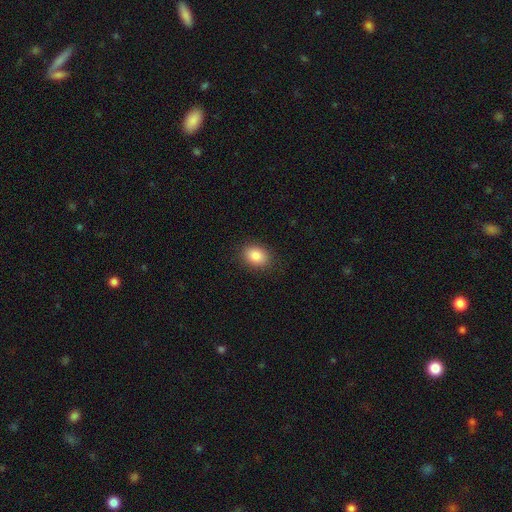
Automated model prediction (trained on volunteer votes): The model was most divided on "how rounded": in between: 71%, round: 28%, cigar-shaped: 1%. More confident: merging — none (87%); smooth or featured — smooth (85%).